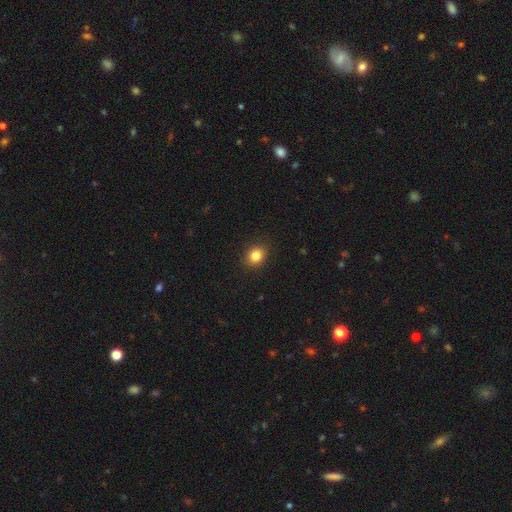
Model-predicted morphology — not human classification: Q: Smooth or featured?
A: smooth (84%); runner-up: star or artifact (11%)
Q: How rounded?
A: round (70%); runner-up: in between (29%)
Q: Merging?
A: none (90%); runner-up: minor disturbance (7%)